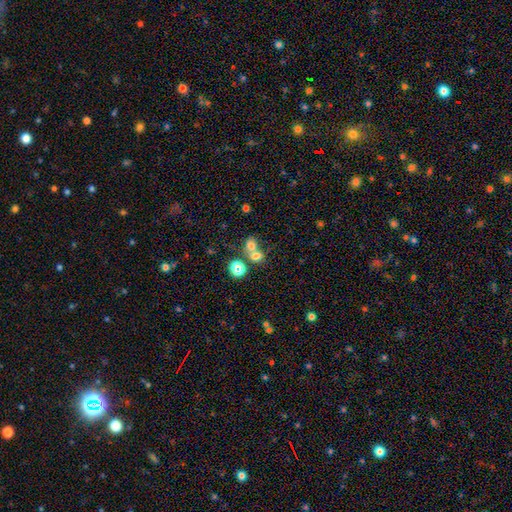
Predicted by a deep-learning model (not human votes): Smooth or featured? Predicted: smooth (p=0.67). How rounded? Predicted: round (p=0.62). Merging? Predicted: merger (p=0.56).